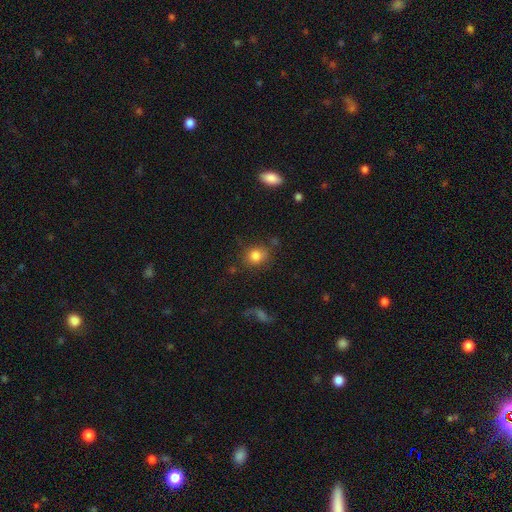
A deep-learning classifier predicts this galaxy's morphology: The model was most divided on "how rounded": round: 72%, in between: 27%, cigar-shaped: 1%. More confident: smooth or featured — smooth (81%); merging — none (75%).